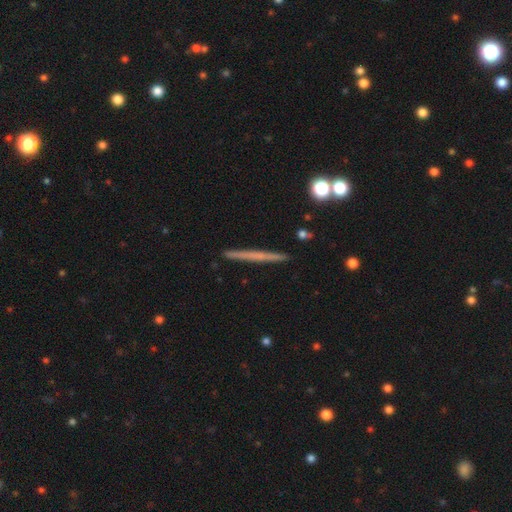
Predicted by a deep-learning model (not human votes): featured or disk 49%, smooth 43%, star or artifact 8%. Down the decision tree: merging — none (91%).